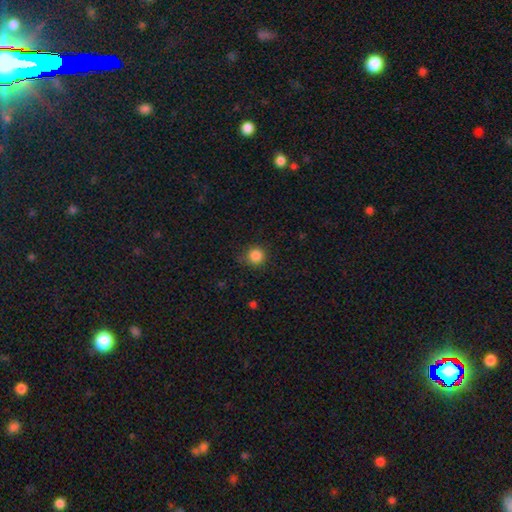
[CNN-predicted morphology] This is clearly a smooth galaxy (85%). How rounded: clearly round (94%). Merging: clearly none (85%).